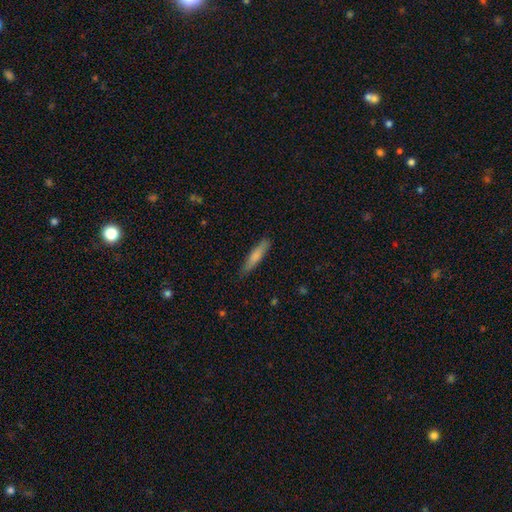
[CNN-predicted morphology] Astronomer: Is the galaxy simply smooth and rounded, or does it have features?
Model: smooth — 76%.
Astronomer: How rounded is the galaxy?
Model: cigar-shaped — 88%.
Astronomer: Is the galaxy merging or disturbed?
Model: none — 85%.